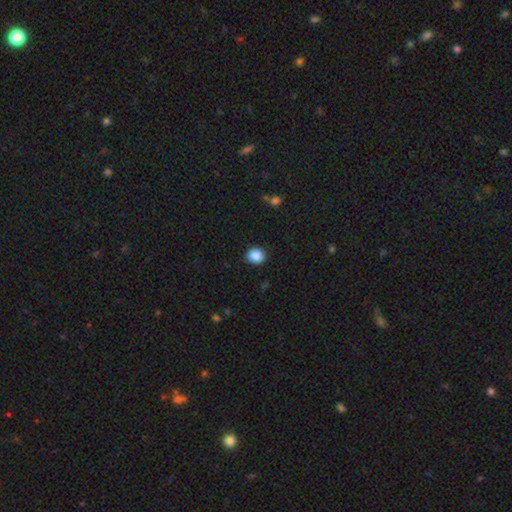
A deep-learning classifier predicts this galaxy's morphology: Smooth or featured? Predicted: smooth (p=0.89). How rounded? Predicted: round (p=0.73). Merging? Predicted: none (p=0.90).